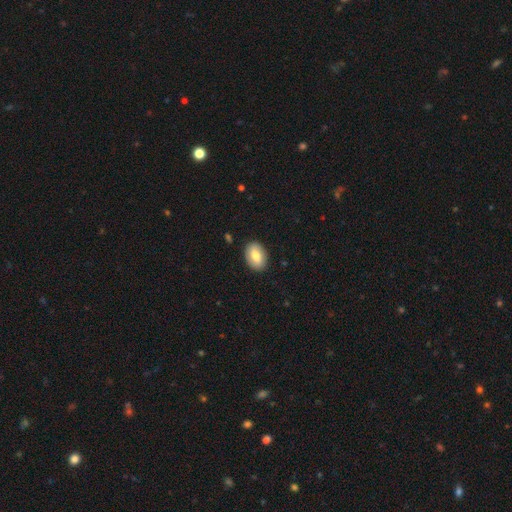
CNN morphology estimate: Smooth or featured? smooth (75%)
How rounded? in between (85%)
Merging? none (88%)